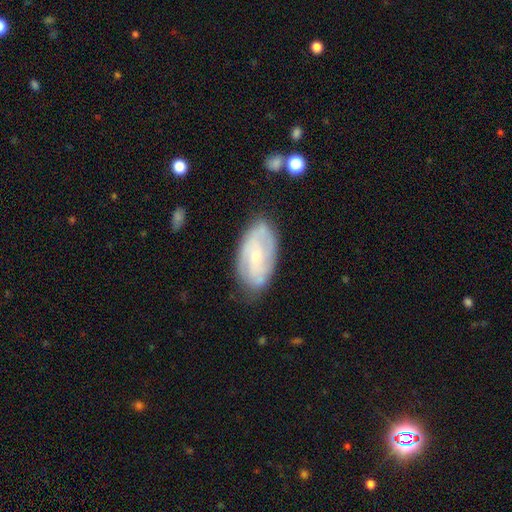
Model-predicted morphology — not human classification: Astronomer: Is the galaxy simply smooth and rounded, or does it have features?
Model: featured or disk — 65%.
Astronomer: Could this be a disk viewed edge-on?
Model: no — 94%.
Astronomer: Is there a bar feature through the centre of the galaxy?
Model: no — 56% (runner-up: weak, 35%).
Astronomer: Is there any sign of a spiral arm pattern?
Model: yes — 81%.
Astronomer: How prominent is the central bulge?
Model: small — 67%.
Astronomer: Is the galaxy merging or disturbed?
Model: none — 72%.